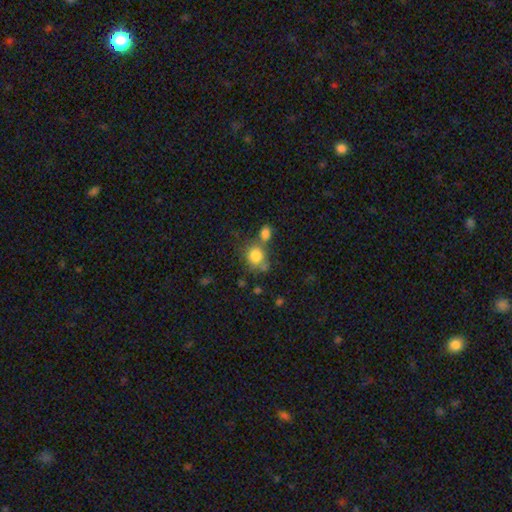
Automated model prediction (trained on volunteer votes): A smooth galaxy with no disk features (80%) that is round (72%).

Vote fractions:
- Smooth or featured? smooth: 80% / star or artifact: 10% / featured or disk: 10%
- How rounded? round: 72% / in between: 27% / cigar-shaped: 1%
- Merging? none: 46% / merger: 34% / minor disturbance: 13% / major disturbance: 7%